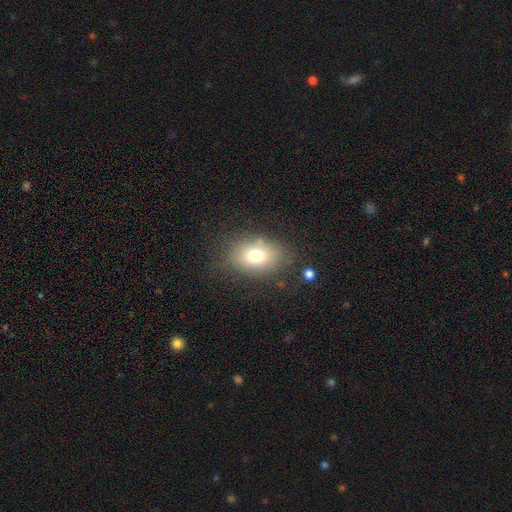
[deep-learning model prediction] The model was most divided on "how rounded": in between: 72%, round: 27%, cigar-shaped: 1%. More confident: merging — none (75%); smooth or featured — smooth (73%).